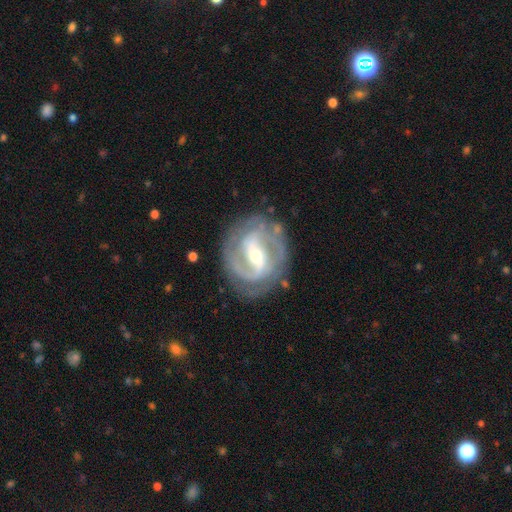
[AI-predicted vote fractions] smooth-or-featured: featured or disk: 88% | smooth: 7% | star or artifact: 5%
  disk-edge-on: no: 97% | yes: 3%
    bar: strong: 52% | weak: 35% | no: 13%
    has-spiral-arms: yes: 95% | no: 5%
      spiral-winding: medium: 44% | tight: 43% | loose: 13%
      spiral-arm-count: 2: 74% | can't tell: 10% | 3: 10% | 1: 3% | 4: 2% | more than 4: 2%
    bulge-size: small: 50% | moderate: 47% | large: 2% | none: 1% | dominant: 1%
  merging: none: 78% | minor disturbance: 14% | major disturbance: 6% | merger: 2%